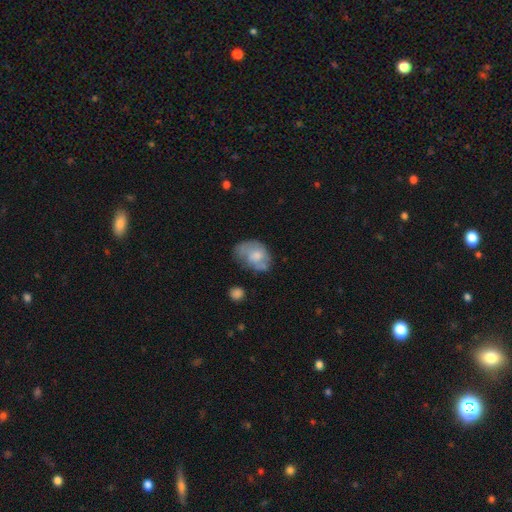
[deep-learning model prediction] Smooth or featured? smooth (58%)
How rounded? in between (80%)
Merging? none (38%)